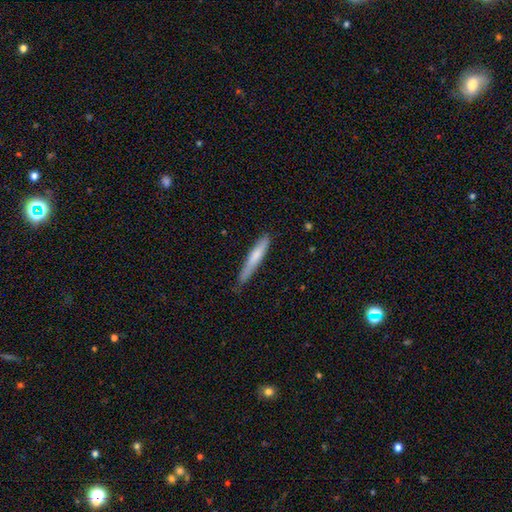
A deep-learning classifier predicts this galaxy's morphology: This is likely a smooth galaxy (69%). How rounded: clearly cigar-shaped (93%). Merging: likely none (69%).